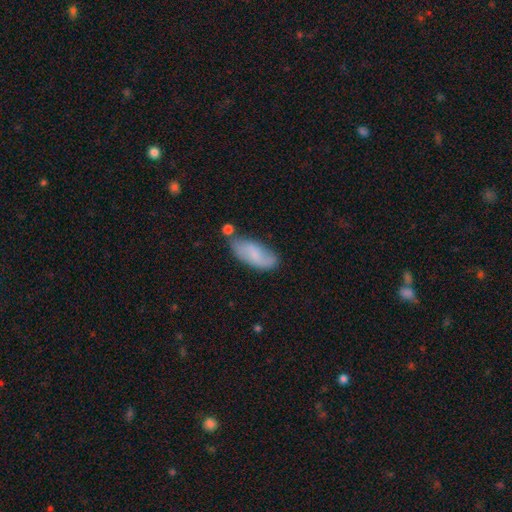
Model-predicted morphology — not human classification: A smooth galaxy with no disk features (64%) that is in between round and cigar-shaped (84%). Merging: none (57%).